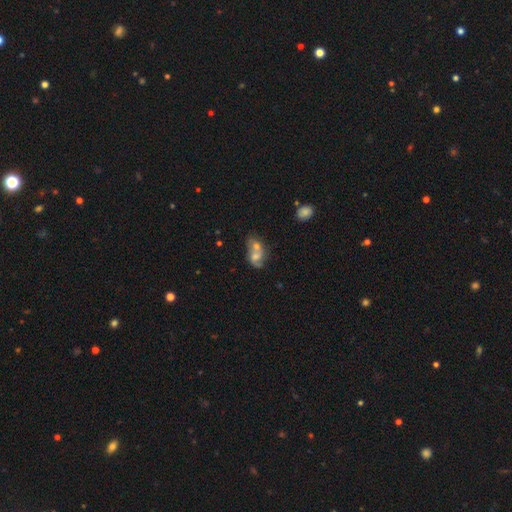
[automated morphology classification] featured or disk 46%, smooth 41%, star or artifact 13%. Down the decision tree: merging — merger (59%).